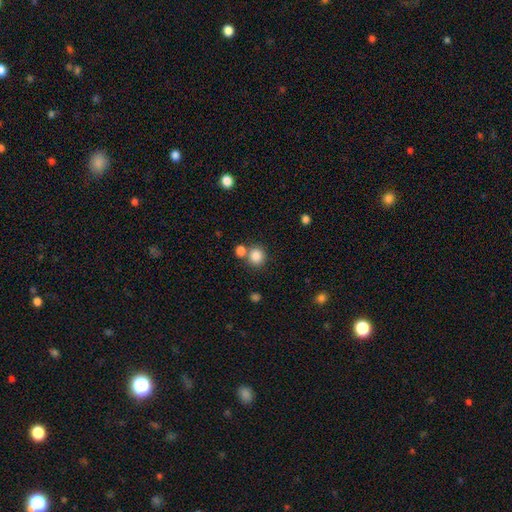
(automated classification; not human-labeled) Smooth or featured: smooth — 85% (star or artifact — 10%)
How rounded: round — 88% (in between — 11%)
Merging: none — 66% (merger — 22%)